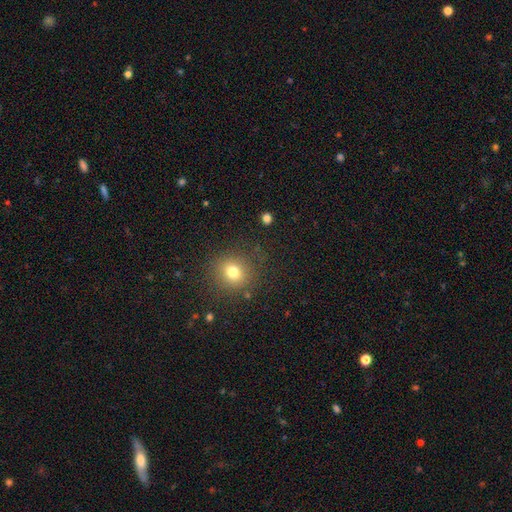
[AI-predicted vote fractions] A smooth galaxy with no disk features (68%) that is round (90%).

Vote fractions:
- Smooth or featured? smooth: 68% / star or artifact: 25% / featured or disk: 7%
- How rounded? round: 90% / in between: 9% / cigar-shaped: 1%
- Merging? none: 89% / minor disturbance: 7% / major disturbance: 2% / merger: 2%